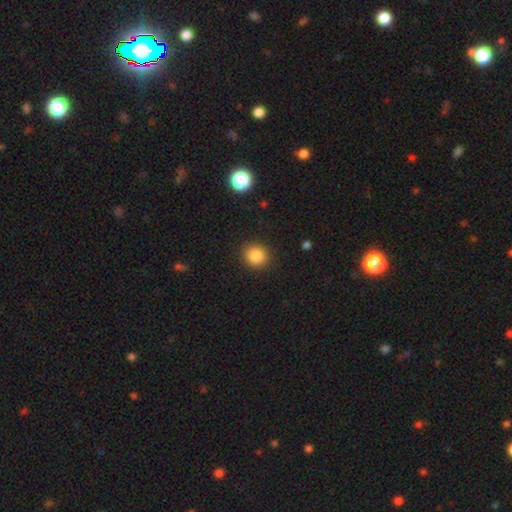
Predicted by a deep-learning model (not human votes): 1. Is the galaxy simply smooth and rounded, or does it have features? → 86% smooth, 10% star or artifact, 4% featured or disk.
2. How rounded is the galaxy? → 85% round, 14% in between, 1% cigar-shaped.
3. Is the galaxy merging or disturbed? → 90% none, 6% minor disturbance, 2% major disturbance, 1% merger.